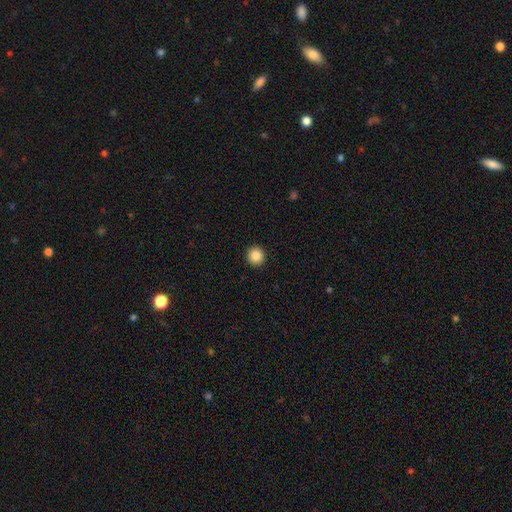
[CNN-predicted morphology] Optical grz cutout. It shows a smooth galaxy with no disk features (86%) that is round (93%). Merging: none (93%).